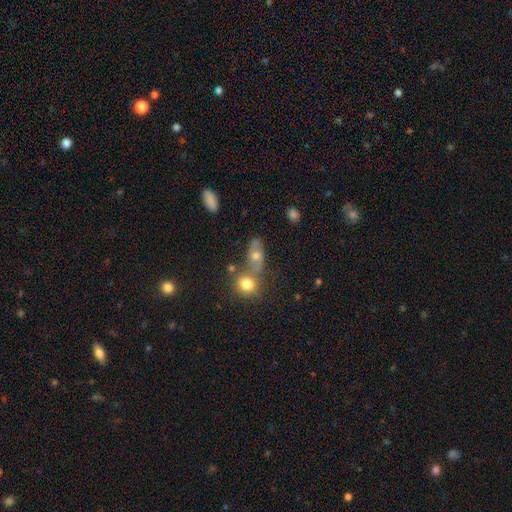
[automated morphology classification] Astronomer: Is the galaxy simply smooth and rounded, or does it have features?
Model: smooth — 59%.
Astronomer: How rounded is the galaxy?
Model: in between — 70%.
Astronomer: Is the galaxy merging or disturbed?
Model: none — 45% (runner-up: merger, 34%).